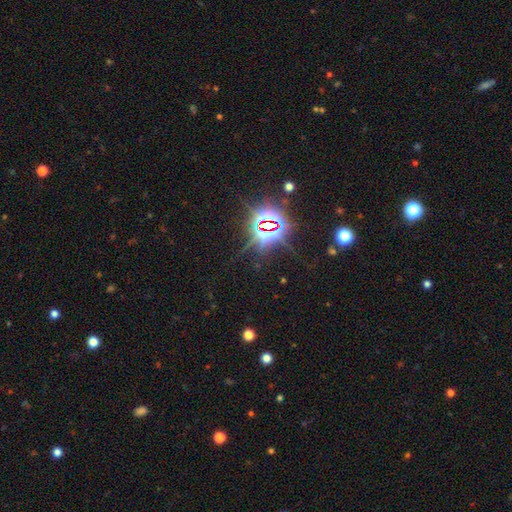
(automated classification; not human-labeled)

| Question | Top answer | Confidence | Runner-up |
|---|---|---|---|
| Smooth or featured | star or artifact | 84% | smooth (10%) |